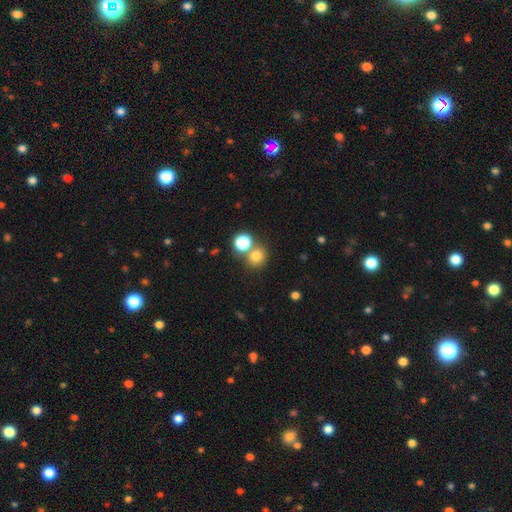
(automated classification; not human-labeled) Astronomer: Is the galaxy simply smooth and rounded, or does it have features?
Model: smooth — 75%.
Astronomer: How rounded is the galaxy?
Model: round — 81%.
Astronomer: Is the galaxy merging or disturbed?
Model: none — 62%.